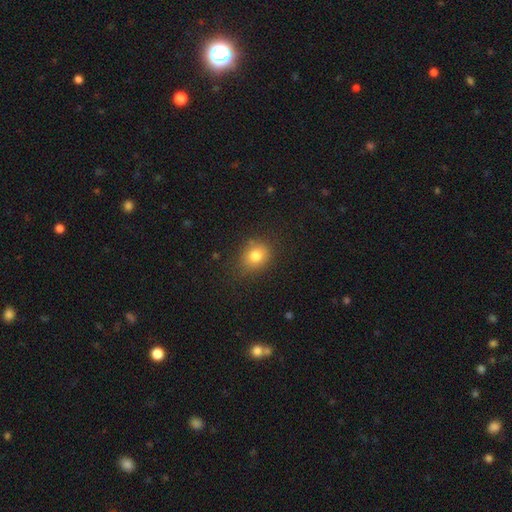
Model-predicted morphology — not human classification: This is likely a smooth galaxy (80%). How rounded: likely round (63%). Merging: likely none (78%).